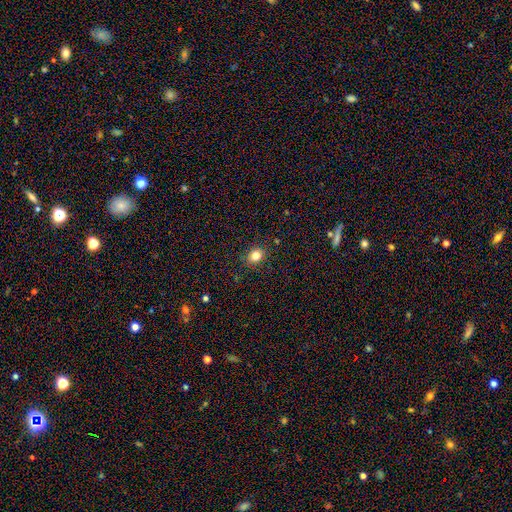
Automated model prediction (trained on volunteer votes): A smooth galaxy with no disk features (82%) that is round (60%).

Vote fractions:
- Smooth or featured? smooth: 82% / star or artifact: 12% / featured or disk: 6%
- How rounded? round: 60% / in between: 39% / cigar-shaped: 1%
- Merging? none: 88% / minor disturbance: 8% / major disturbance: 2% / merger: 1%